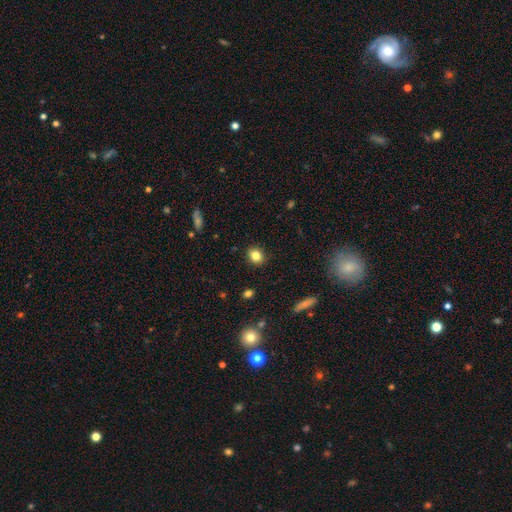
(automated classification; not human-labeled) smooth_or_featured: smooth (p=0.82) [alt: star or artifact p=0.11]
how_rounded: round (p=0.63) [alt: in between p=0.36]
merging: none (p=0.89) [alt: minor disturbance p=0.08]